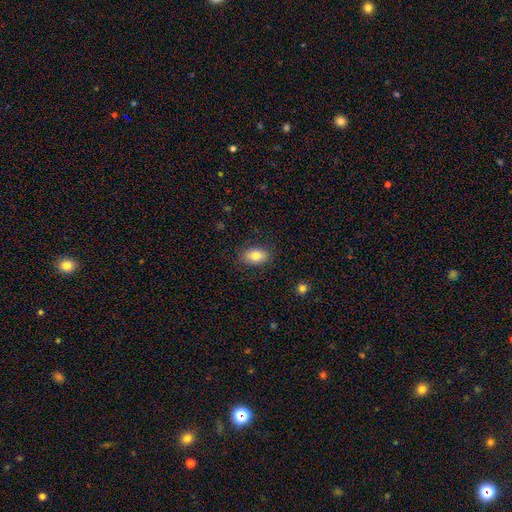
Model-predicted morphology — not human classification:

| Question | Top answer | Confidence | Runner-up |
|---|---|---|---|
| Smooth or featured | smooth | 83% | featured or disk (10%) |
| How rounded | in between | 88% | round (10%) |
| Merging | none | 85% | minor disturbance (11%) |